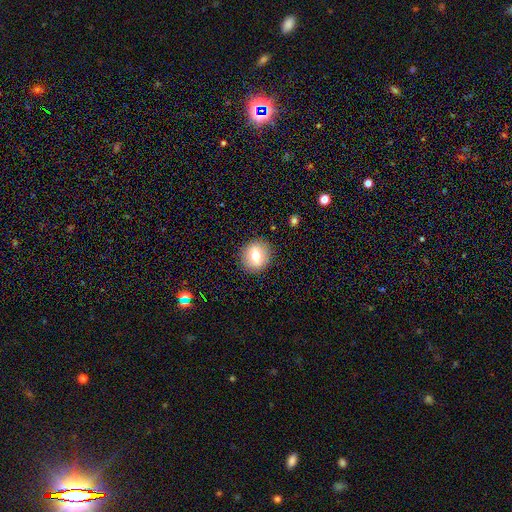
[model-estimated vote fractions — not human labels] A smooth galaxy with no disk features (71%) that is round (83%).

Vote fractions:
- Smooth or featured? smooth: 71% / featured or disk: 19% / star or artifact: 10%
- How rounded? round: 83% / in between: 16% / cigar-shaped: 1%
- Merging? none: 90% / minor disturbance: 7% / major disturbance: 2% / merger: 1%